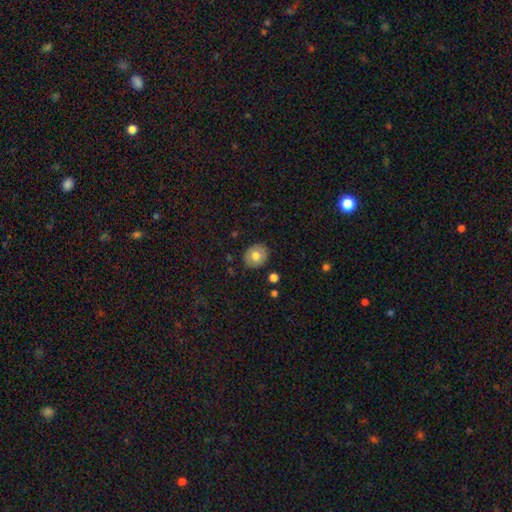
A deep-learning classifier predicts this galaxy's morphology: The model was most divided on "how rounded": round: 69%, in between: 30%, cigar-shaped: 1%. More confident: merging — none (86%); smooth or featured — smooth (73%).